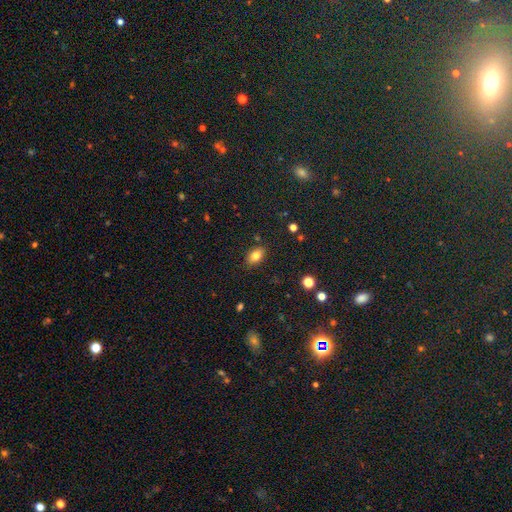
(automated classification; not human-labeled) This appears to be a smooth galaxy with no disk features (80%) that is in between round and cigar-shaped (85%). Merging: none (85%).